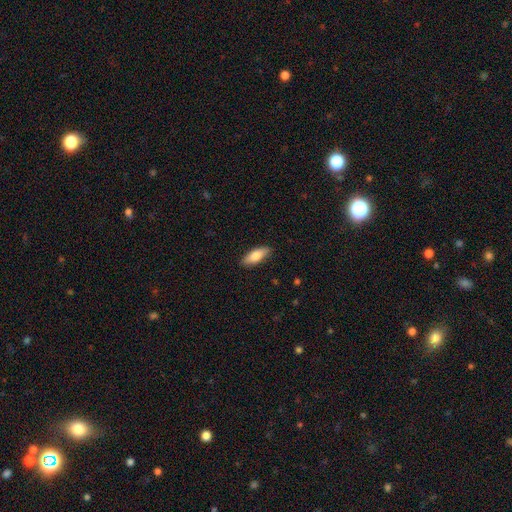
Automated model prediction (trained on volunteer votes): This appears to be a smooth galaxy with no disk features (79%) that is in between round and cigar-shaped (71%). Merging: none (88%).